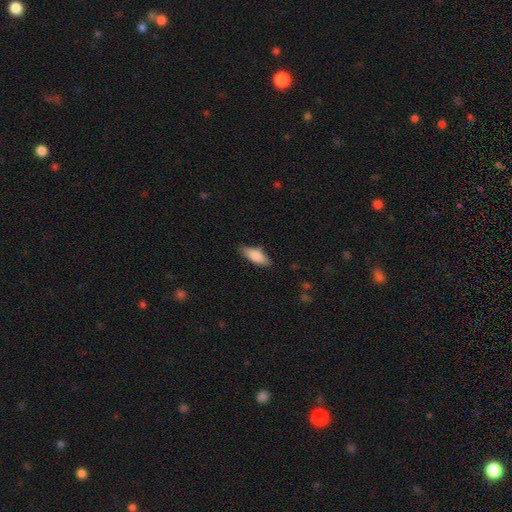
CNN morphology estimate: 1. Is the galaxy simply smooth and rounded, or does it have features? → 82% smooth, 12% featured or disk, 6% star or artifact.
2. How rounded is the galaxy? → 72% in between, 26% cigar-shaped, 2% round.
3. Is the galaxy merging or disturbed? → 77% none, 18% minor disturbance, 3% major disturbance, 1% merger.